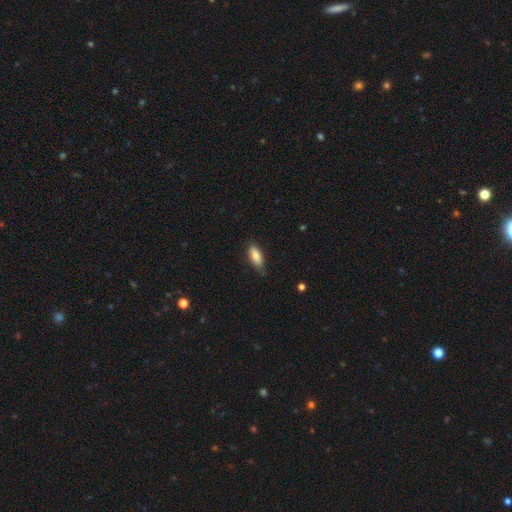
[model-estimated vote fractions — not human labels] This appears to be a smooth galaxy with no disk features (83%) that is in between round and cigar-shaped (77%). Merging: none (78%).